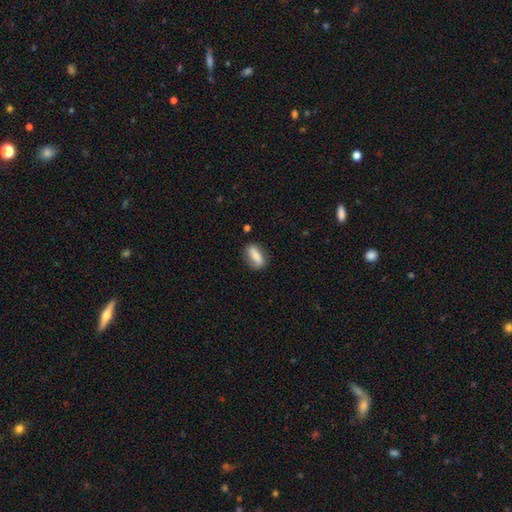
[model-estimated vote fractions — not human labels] A smooth galaxy with no disk features (74%) that is in between round and cigar-shaped (68%). Merging: none (78%).